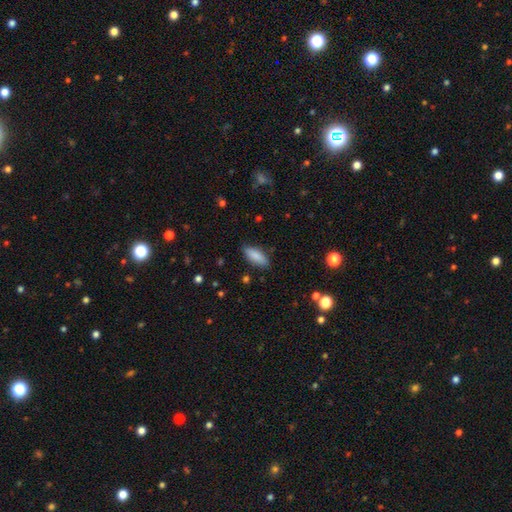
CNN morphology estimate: type=smooth (87%); roundness=in between (74%); merging=none (86%).